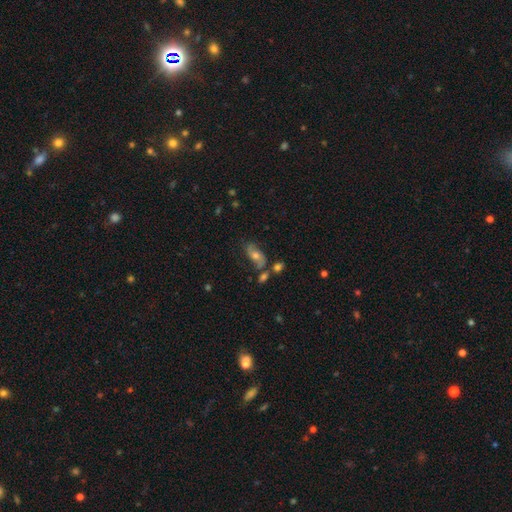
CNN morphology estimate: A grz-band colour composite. It shows a featured or disk galaxy (54%). Merging: none (55%).